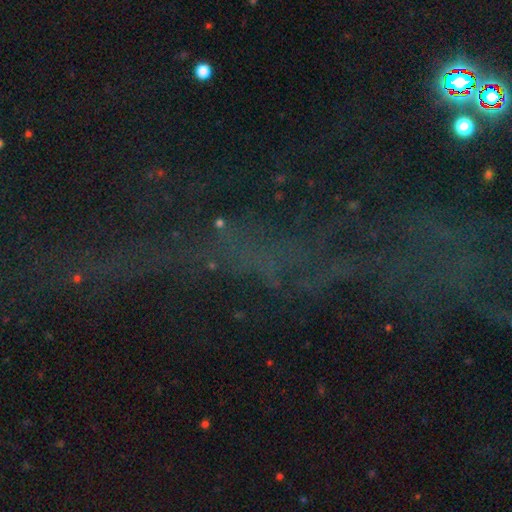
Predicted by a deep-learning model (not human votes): Smooth or featured: star or artifact — 65% (featured or disk — 18%)